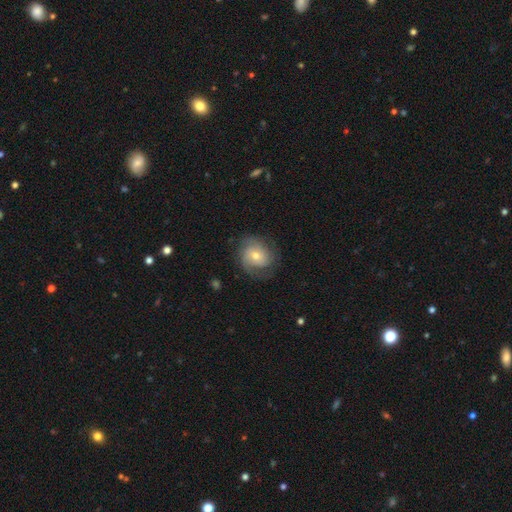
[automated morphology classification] Smooth or featured? featured or disk (58%)
Edge-on disk? no (97%)
Bar? no (74%)
Spiral arms? yes (86%)
Bulge size? moderate (56%)
Merging? none (67%)